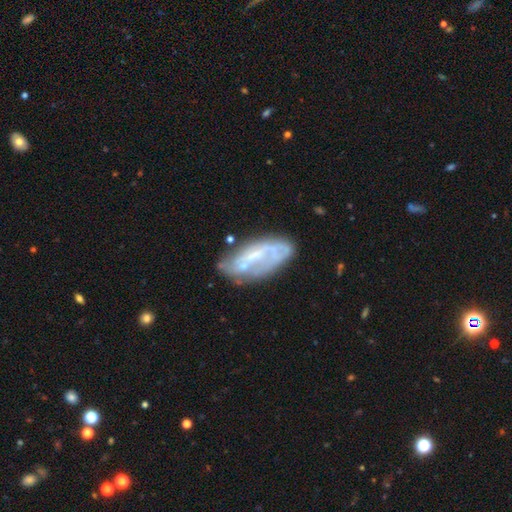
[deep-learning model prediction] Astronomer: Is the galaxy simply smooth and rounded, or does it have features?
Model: featured or disk — 61%.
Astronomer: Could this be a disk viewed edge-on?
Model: no — 89%.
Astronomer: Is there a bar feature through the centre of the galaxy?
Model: no — 47% (runner-up: weak, 34%).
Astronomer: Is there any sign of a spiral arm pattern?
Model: yes — 53% (runner-up: no, 47%).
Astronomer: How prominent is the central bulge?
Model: small — 40% (runner-up: none, 33%).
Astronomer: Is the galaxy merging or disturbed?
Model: none — 57%.